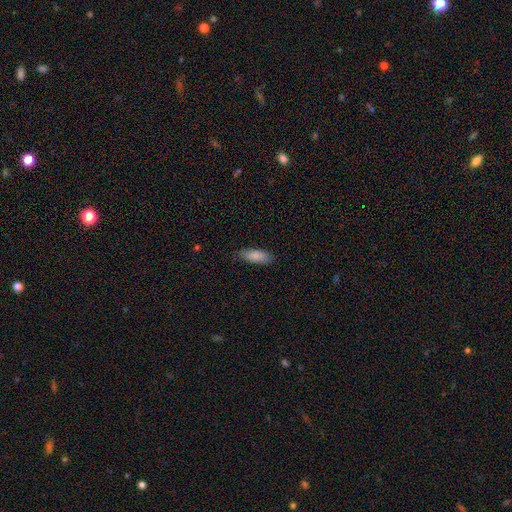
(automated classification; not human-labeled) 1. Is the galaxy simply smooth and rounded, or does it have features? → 85% smooth, 9% featured or disk, 6% star or artifact.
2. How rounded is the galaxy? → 73% in between, 25% cigar-shaped, 2% round.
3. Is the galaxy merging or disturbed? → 81% none, 15% minor disturbance, 3% major disturbance, 1% merger.